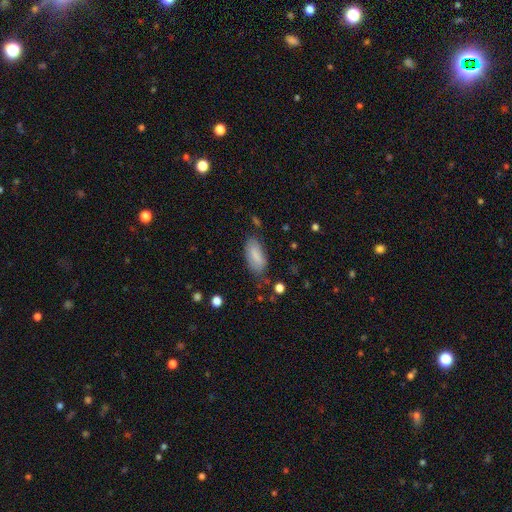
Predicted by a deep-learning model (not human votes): Smooth or featured?
  - smooth: 79% *
  - featured or disk: 14%
  - star or artifact: 7%
How rounded?
  - in between: 87% *
  - cigar-shaped: 11%
  - round: 2%
Merging?
  - none: 71% *
  - minor disturbance: 21%
  - major disturbance: 6%
  - merger: 3%